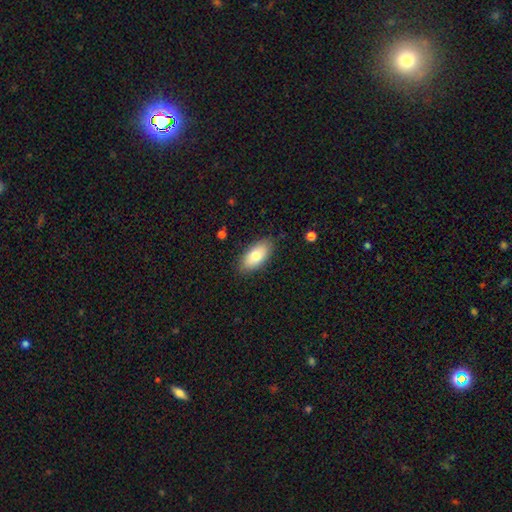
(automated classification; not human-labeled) Q: Smooth or featured?
A: smooth (75%); runner-up: featured or disk (18%)
Q: How rounded?
A: in between (91%); runner-up: cigar-shaped (6%)
Q: Merging?
A: none (85%); runner-up: minor disturbance (11%)